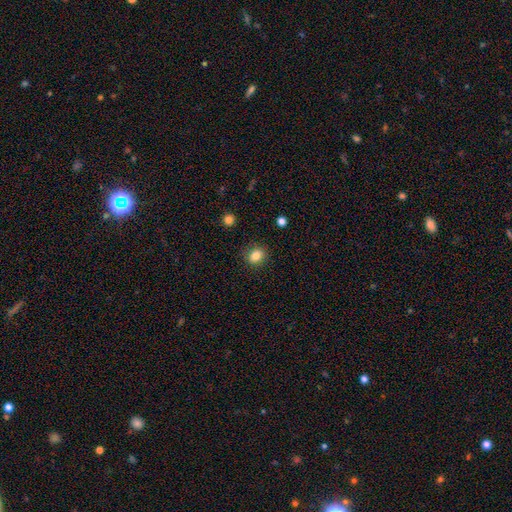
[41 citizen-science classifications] Morphology: type=smooth (85%); roundness=round (77%); merging=none (95%).